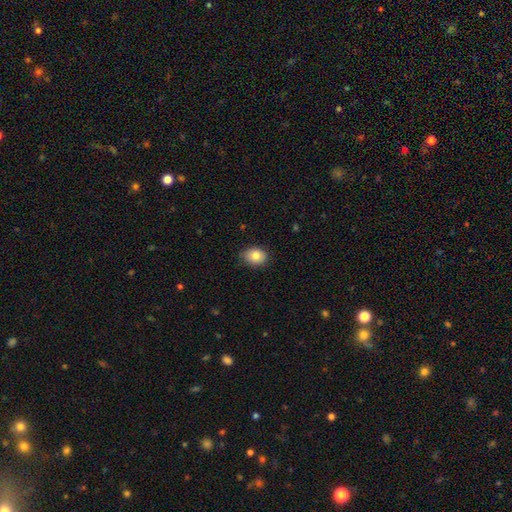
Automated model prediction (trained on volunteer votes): This appears to be a smooth galaxy with no disk features (81%) that is in between round and cigar-shaped (57%). Merging: none (77%).